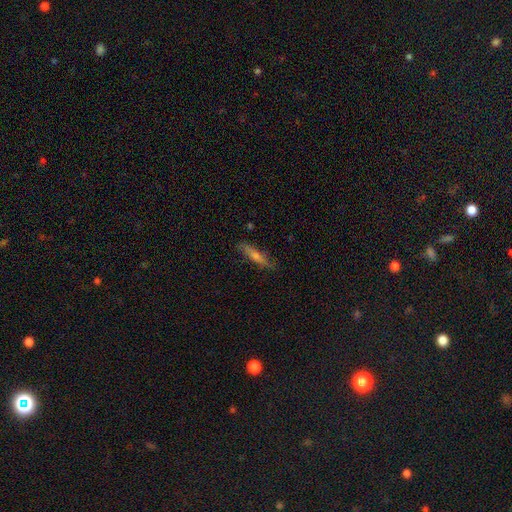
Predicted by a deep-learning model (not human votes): The model was most divided on "smooth or featured": featured or disk: 49%, smooth: 43%, star or artifact: 8%. More confident: merging — none (81%).